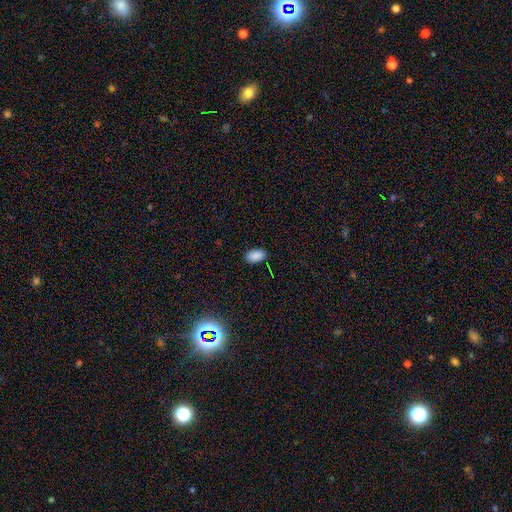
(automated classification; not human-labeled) This is clearly a smooth galaxy (87%). How rounded: clearly in between (93%). Merging: clearly none (86%).